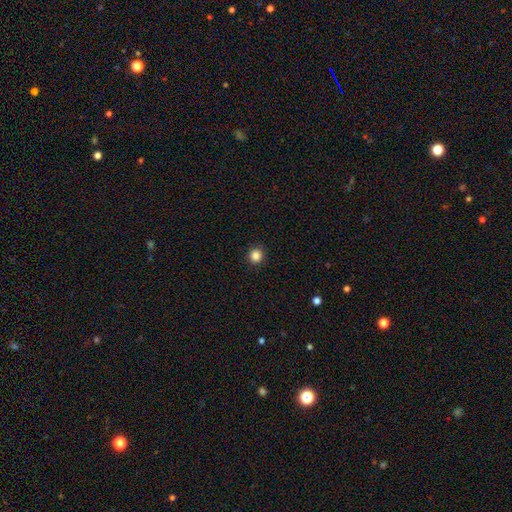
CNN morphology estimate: The model was most divided on "smooth or featured": smooth: 85%, star or artifact: 11%, featured or disk: 3%. More confident: how rounded — round (92%); merging — none (92%).